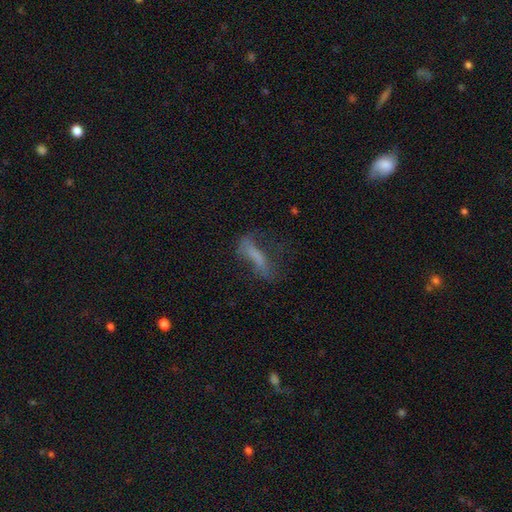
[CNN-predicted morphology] A smooth galaxy with no disk features (45%).

Vote fractions:
- Smooth or featured? smooth: 45% / featured or disk: 40% / star or artifact: 15%
- Merging? none: 42% / major disturbance: 30% / minor disturbance: 23% / merger: 4%